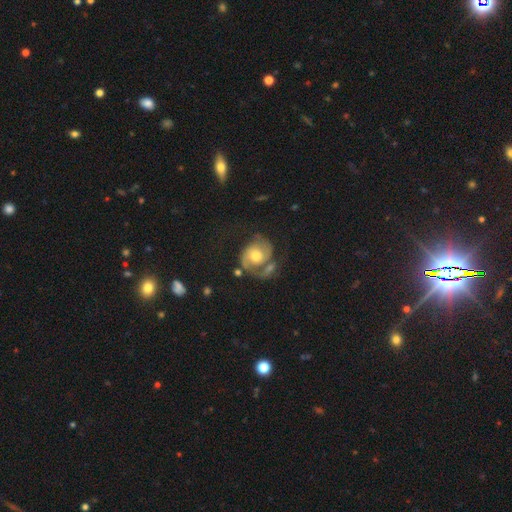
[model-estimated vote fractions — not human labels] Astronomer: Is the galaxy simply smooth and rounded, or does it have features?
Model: featured or disk — 77%.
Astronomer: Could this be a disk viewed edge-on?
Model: no — 98%.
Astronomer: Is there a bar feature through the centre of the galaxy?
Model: no — 71%.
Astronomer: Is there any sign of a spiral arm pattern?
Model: yes — 91%.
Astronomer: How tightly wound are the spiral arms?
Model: medium — 47% (runner-up: tight, 35%).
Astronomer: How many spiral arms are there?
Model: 2 — 81%.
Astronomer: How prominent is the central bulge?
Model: moderate — 69%.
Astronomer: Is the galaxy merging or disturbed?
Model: none — 46%.